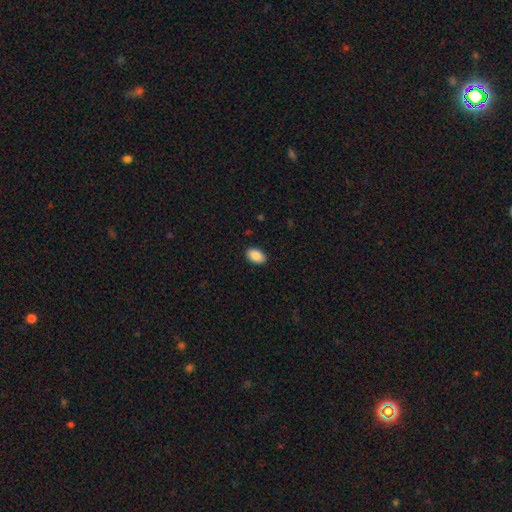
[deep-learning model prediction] Smooth or featured? smooth (89%)
How rounded? in between (90%)
Merging? none (89%)